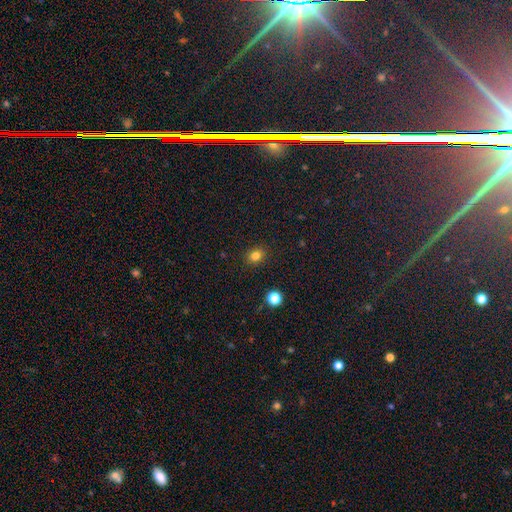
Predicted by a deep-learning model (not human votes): smooth_or_featured: smooth (p=0.81) [alt: star or artifact p=0.13]
how_rounded: round (p=0.58) [alt: in between p=0.41]
merging: none (p=0.89) [alt: minor disturbance p=0.08]